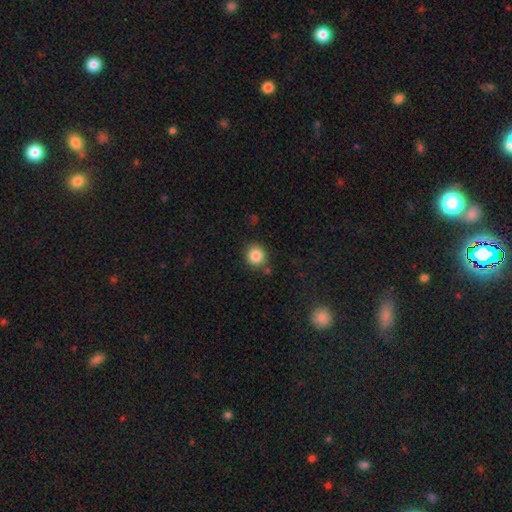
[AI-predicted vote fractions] Smooth or featured: smooth — 85% (star or artifact — 10%)
How rounded: round — 89% (in between — 10%)
Merging: none — 81% (minor disturbance — 11%)